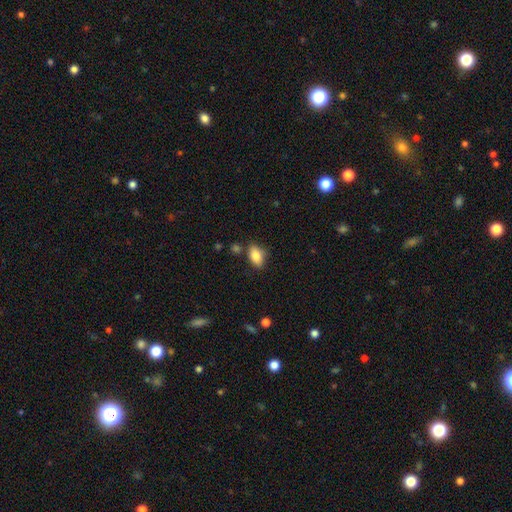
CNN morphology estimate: Q: Smooth or featured?
A: smooth (84%); runner-up: featured or disk (8%)
Q: How rounded?
A: in between (89%); runner-up: round (9%)
Q: Merging?
A: none (77%); runner-up: minor disturbance (15%)